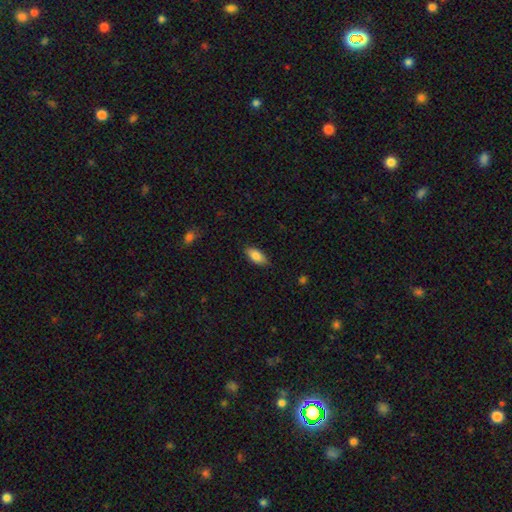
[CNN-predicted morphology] smooth 84%, featured or disk 9%, star or artifact 7%. Down the decision tree: how rounded — in between (87%); merging — none (83%).